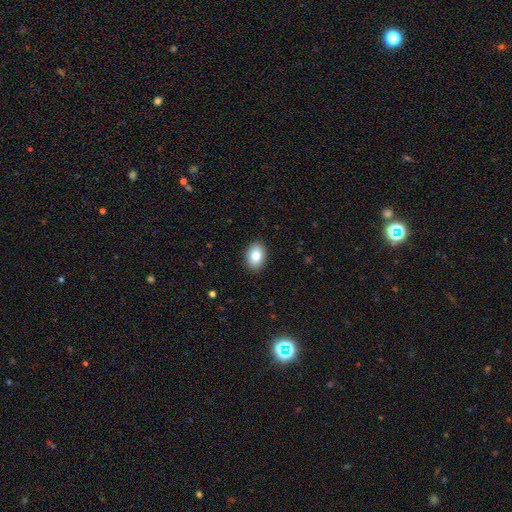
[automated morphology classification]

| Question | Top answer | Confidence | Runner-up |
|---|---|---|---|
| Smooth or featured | smooth | 85% | star or artifact (7%) |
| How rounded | in between | 82% | round (17%) |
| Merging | none | 90% | minor disturbance (7%) |